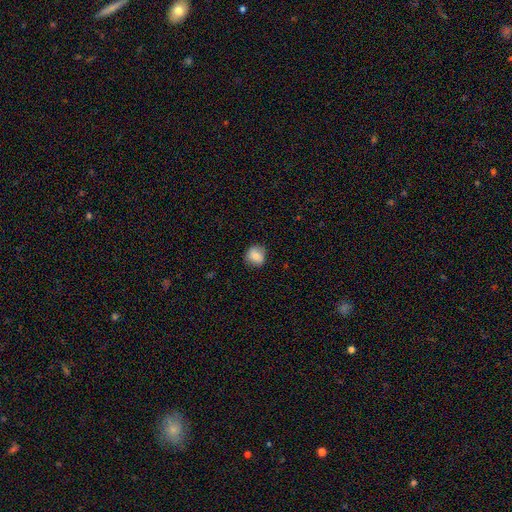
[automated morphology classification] Smooth or featured?
  - smooth: 81% *
  - featured or disk: 10%
  - star or artifact: 8%
How rounded?
  - round: 83% *
  - in between: 16%
  - cigar-shaped: 1%
Merging?
  - none: 83% *
  - minor disturbance: 13%
  - major disturbance: 3%
  - merger: 1%